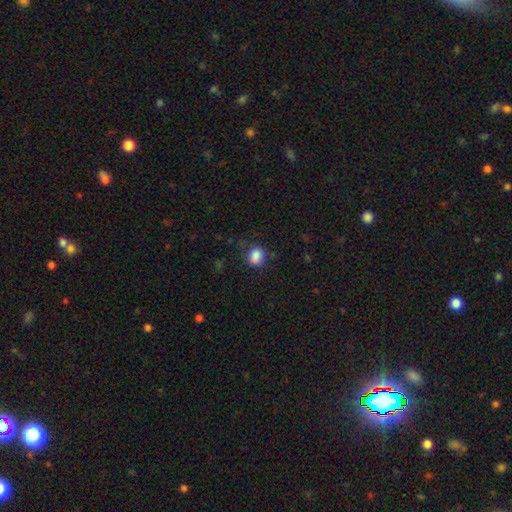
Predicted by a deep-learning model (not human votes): Smooth or featured: smooth — 84% (star or artifact — 10%)
How rounded: round — 62% (in between — 37%)
Merging: none — 68% (minor disturbance — 21%)